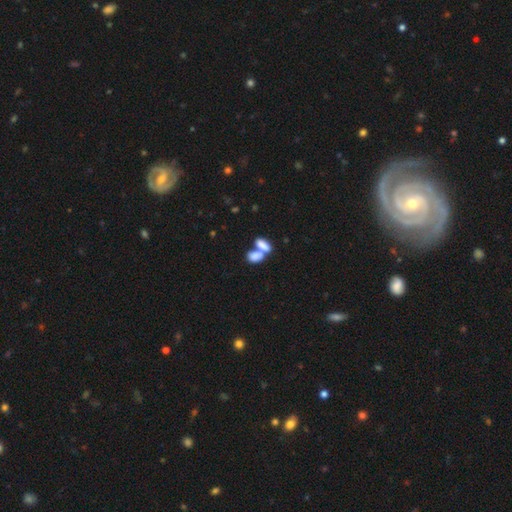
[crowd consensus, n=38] Smooth or featured? smooth (95%)
How rounded? in between (92%)
Merging? merger (66%)